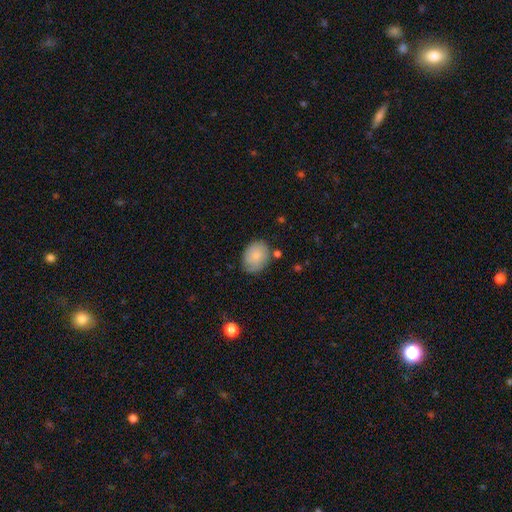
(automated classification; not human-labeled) The model was most divided on "how rounded": in between: 54%, round: 45%, cigar-shaped: 1%. More confident: smooth or featured — smooth (78%); merging — none (67%).